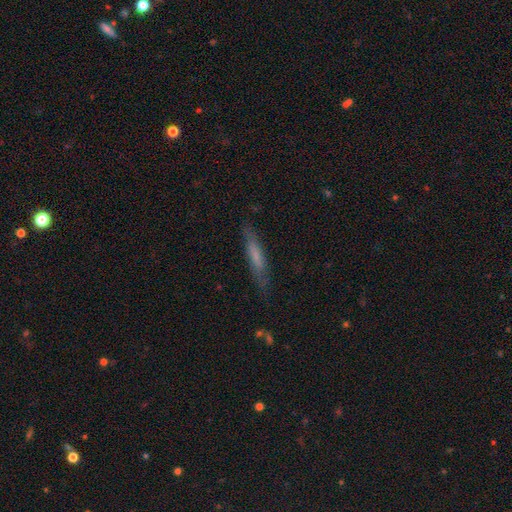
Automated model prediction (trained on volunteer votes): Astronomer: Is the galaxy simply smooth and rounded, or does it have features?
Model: smooth — 57% (runner-up: featured or disk, 36%).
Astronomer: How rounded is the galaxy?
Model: cigar-shaped — 90%.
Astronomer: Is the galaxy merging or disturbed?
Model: none — 79%.